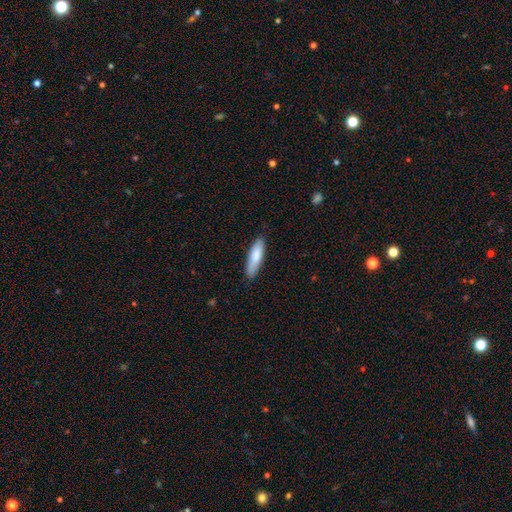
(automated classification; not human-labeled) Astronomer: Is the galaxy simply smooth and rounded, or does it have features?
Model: smooth — 82%.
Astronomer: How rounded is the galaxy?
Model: cigar-shaped — 67%.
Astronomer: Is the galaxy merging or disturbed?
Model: none — 84%.